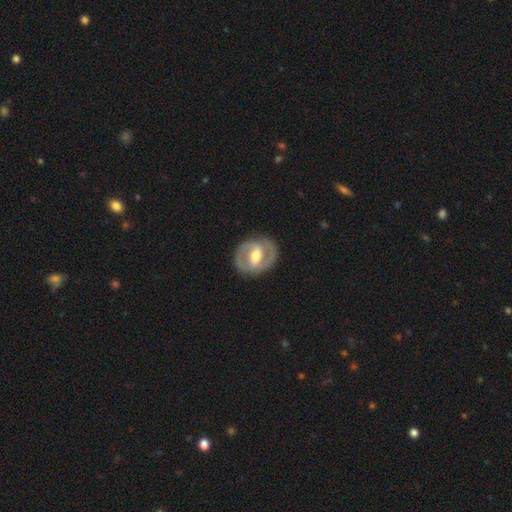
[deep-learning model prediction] Smooth or featured? Predicted: featured or disk (p=0.80). Edge-on disk? Predicted: no (p=0.96). Bar? Predicted: strong (p=0.42, tied with weak). Spiral arms? Predicted: yes (p=0.82). Spiral winding? Predicted: medium (p=0.47). Spiral arm count? Predicted: 2 (p=0.88). Bulge size? Predicted: moderate (p=0.68). Merging? Predicted: none (p=0.85).